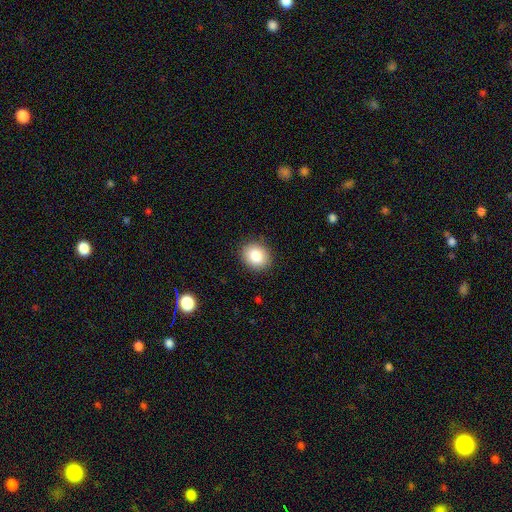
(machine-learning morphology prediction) A smooth galaxy with no disk features (84%) that is round (65%).

Vote fractions:
- Smooth or featured? smooth: 84% / star or artifact: 9% / featured or disk: 7%
- How rounded? round: 65% / in between: 35% / cigar-shaped: 1%
- Merging? none: 89% / minor disturbance: 8% / major disturbance: 2% / merger: 1%